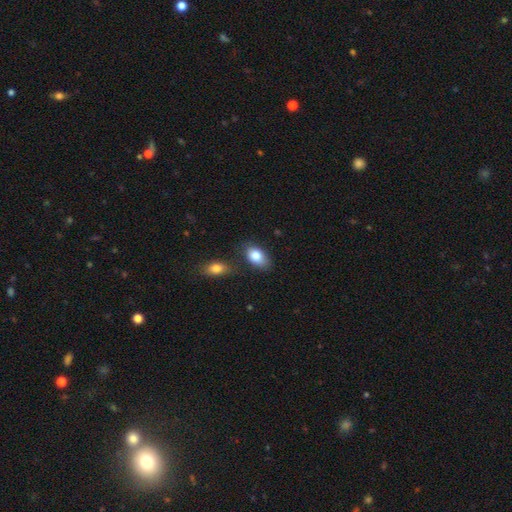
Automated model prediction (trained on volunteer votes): smooth 84%, featured or disk 9%, star or artifact 7%. Down the decision tree: how rounded — in between (91%); merging — none (71%).